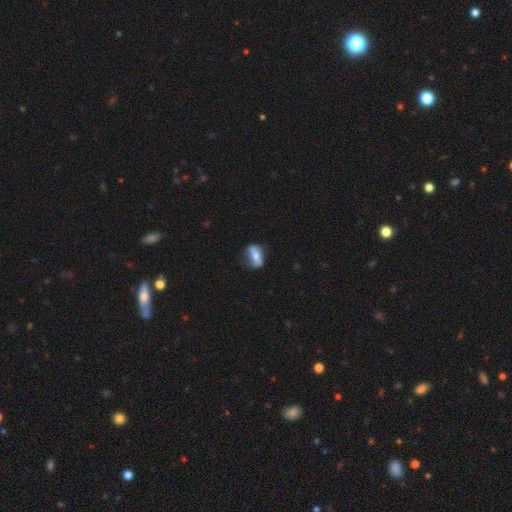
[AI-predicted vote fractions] Overall: smooth (58%; featured or disk 34%). How rounded: in between (75%). Merging: none (60%; minor disturbance 27%).